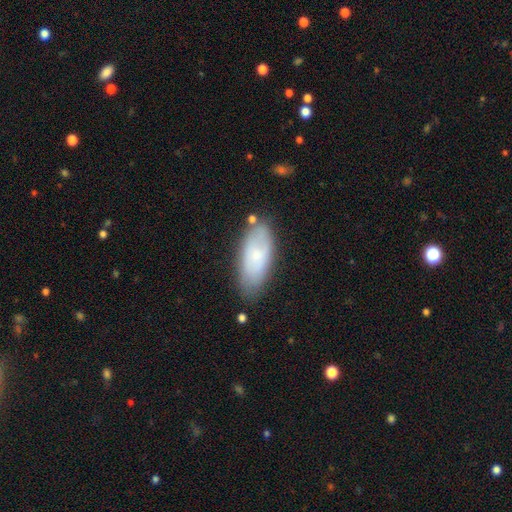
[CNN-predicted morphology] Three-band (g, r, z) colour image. It shows a smooth galaxy with no disk features (62%) that is in between round and cigar-shaped (83%). Merging: none (74%).